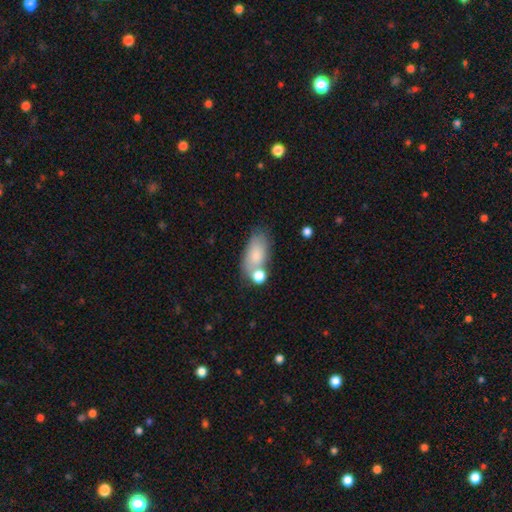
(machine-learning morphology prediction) Smooth or featured? smooth (79%)
How rounded? in between (88%)
Merging? none (56%)